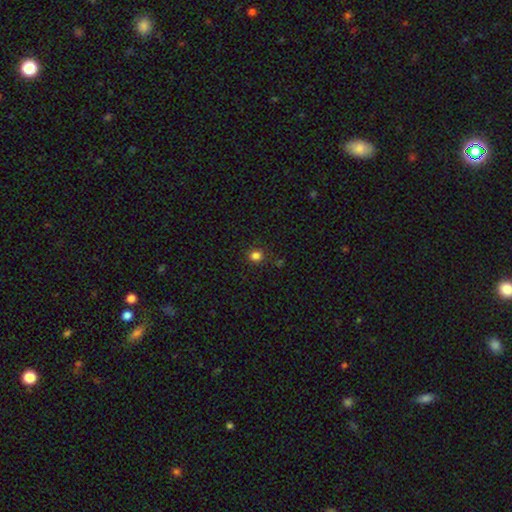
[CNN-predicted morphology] A smooth galaxy with no disk features (82%) that is round (83%). Merging: none (88%).